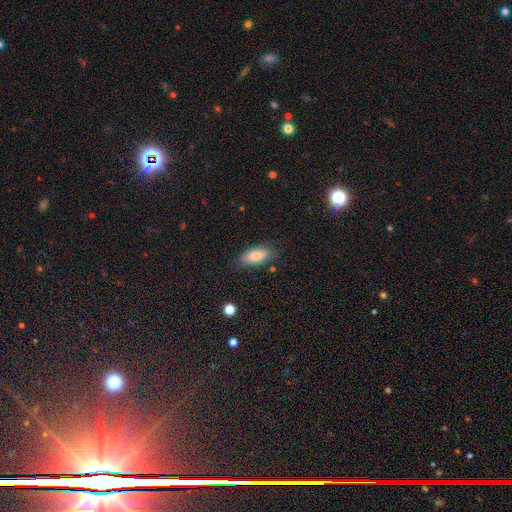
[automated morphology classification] Smooth or featured? Predicted: smooth (p=0.82). How rounded? Predicted: in between (p=0.86). Merging? Predicted: none (p=0.77).